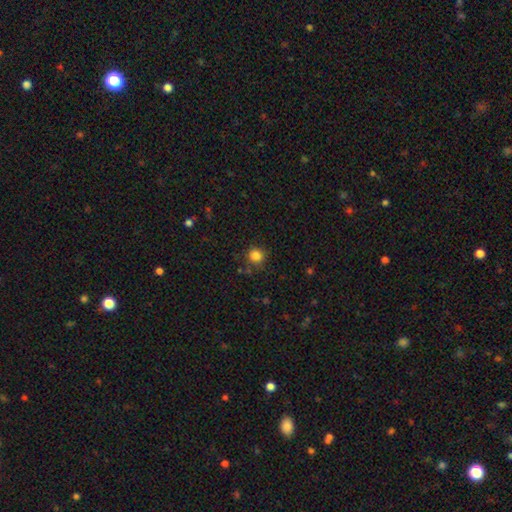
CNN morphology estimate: Smooth or featured: smooth — 83% (star or artifact — 12%)
How rounded: round — 90% (in between — 9%)
Merging: none — 82% (minor disturbance — 11%)